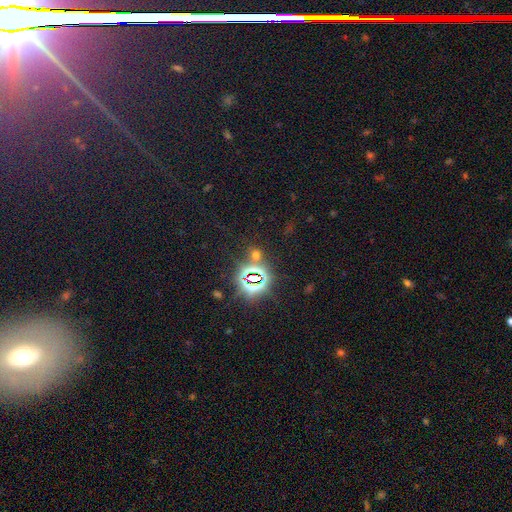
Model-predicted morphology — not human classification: This is possibly a star or artifact rather than a galaxy (59%).